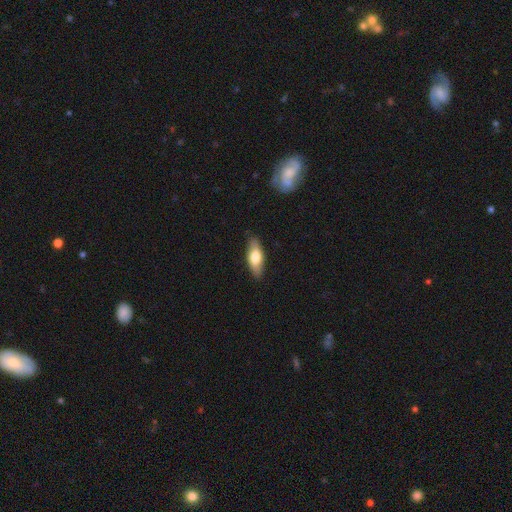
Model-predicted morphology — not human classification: type=smooth (69%); roundness=in between (73%); merging=none (85%).